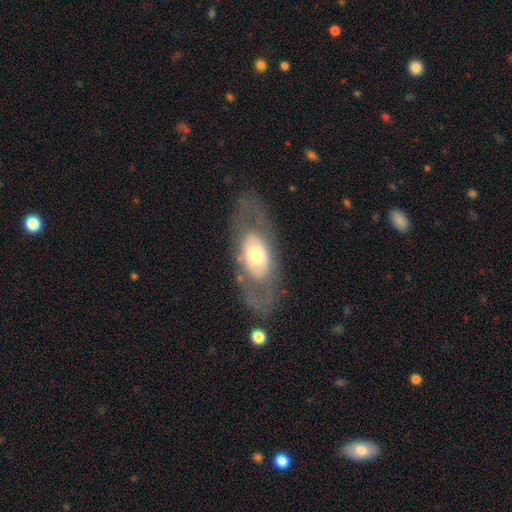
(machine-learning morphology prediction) Smooth or featured: featured or disk — 58% (smooth — 36%)
Edge-on disk: no — 85% (yes — 15%)
Merging: none — 73% (minor disturbance — 13%)